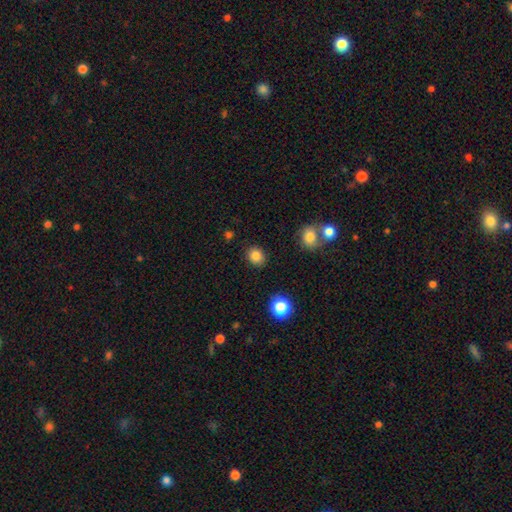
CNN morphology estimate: Smooth or featured? Predicted: smooth (p=0.85). How rounded? Predicted: round (p=0.70). Merging? Predicted: none (p=0.88).